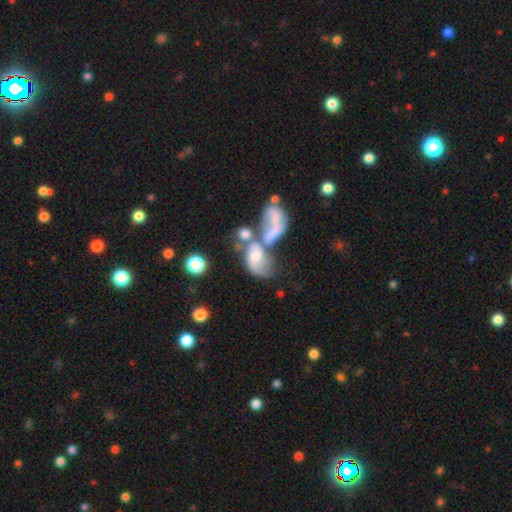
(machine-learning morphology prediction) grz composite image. It shows a featured or disk galaxy (51%). Merging: merger (66%).